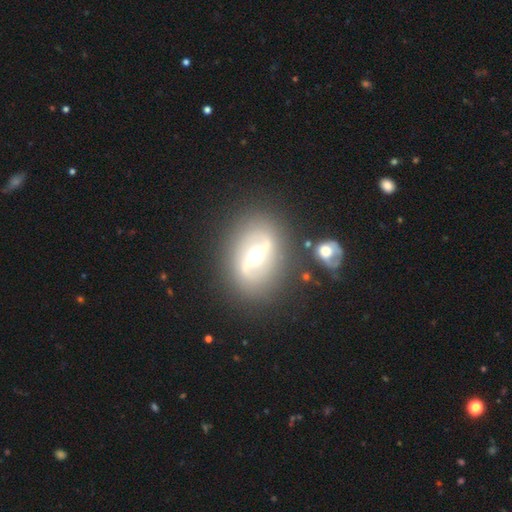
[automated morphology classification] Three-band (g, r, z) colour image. It shows a featured or disk galaxy (79%) with a strong bar (45%), 2 (89%) loose (45%) spiral arms (82%) and a moderate central bulge (62%). Merging: none (77%).